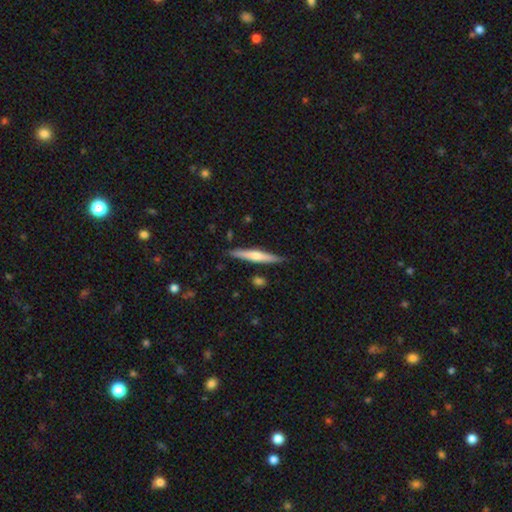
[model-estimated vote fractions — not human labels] Smooth or featured?
  - featured or disk: 53% *
  - smooth: 41%
  - star or artifact: 6%
Edge-on disk?
  - yes: 97% *
  - no: 3%
Edge-on bulge?
  - rounded: 74% *
  - none: 16%
  - boxy: 9%
Merging?
  - none: 87% *
  - minor disturbance: 10%
  - merger: 2%
  - major disturbance: 2%